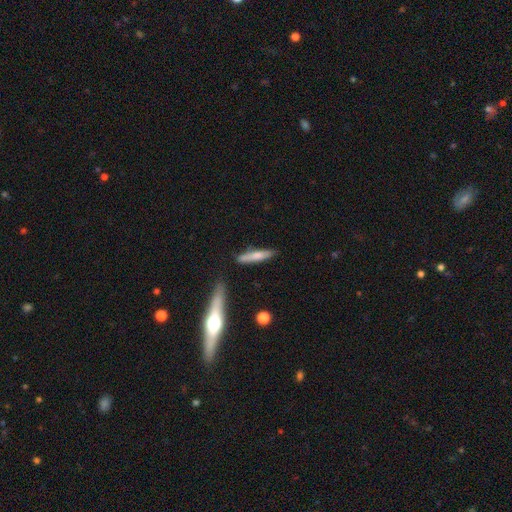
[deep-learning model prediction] Smooth or featured? smooth (66%)
How rounded? cigar-shaped (88%)
Merging? none (77%)